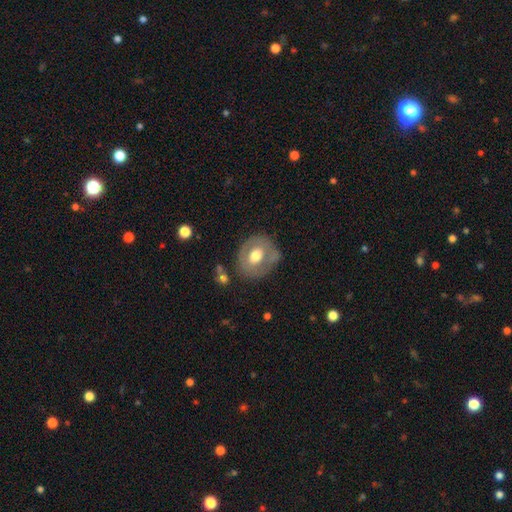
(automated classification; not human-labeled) Smooth or featured? Predicted: smooth (p=0.47, tied with featured or disk). Merging? Predicted: none (p=0.67).